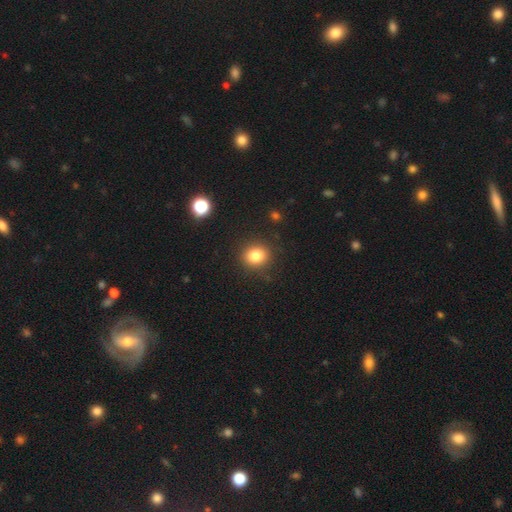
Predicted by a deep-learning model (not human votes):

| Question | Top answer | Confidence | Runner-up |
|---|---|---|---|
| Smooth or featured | smooth | 81% | star or artifact (12%) |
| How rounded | round | 75% | in between (24%) |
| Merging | none | 87% | minor disturbance (8%) |